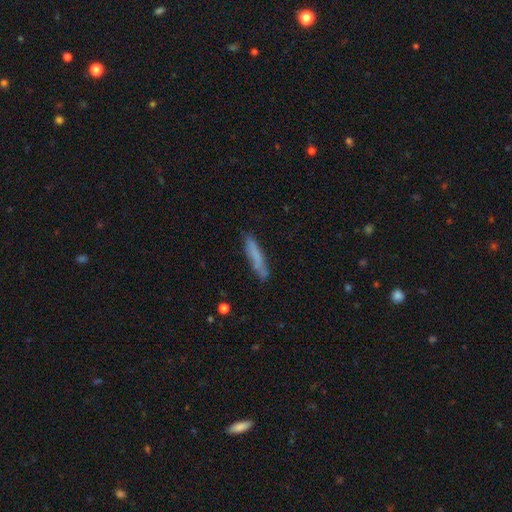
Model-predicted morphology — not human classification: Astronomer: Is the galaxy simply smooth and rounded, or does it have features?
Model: smooth — 72%.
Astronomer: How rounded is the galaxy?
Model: cigar-shaped — 91%.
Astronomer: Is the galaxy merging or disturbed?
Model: none — 79%.